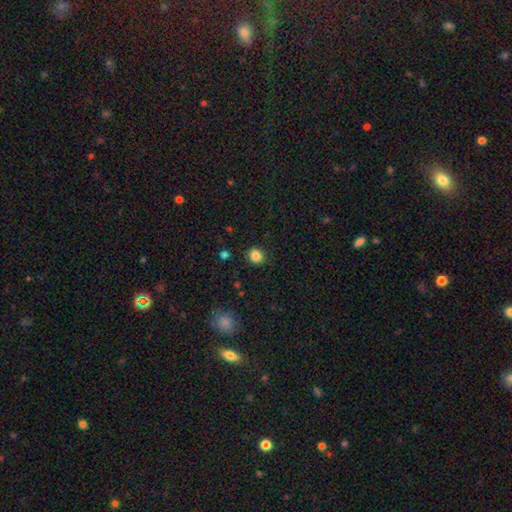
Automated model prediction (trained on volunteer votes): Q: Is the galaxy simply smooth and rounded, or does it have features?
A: smooth — 85%.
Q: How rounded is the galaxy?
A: round — 78%.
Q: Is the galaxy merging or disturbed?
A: none — 89%.